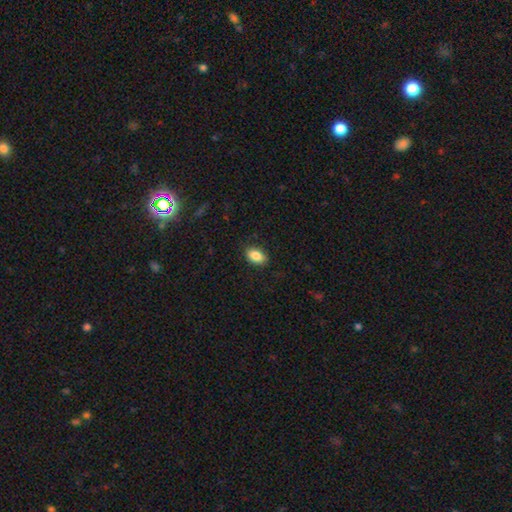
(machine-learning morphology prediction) Smooth or featured? smooth (86%)
How rounded? in between (88%)
Merging? none (87%)